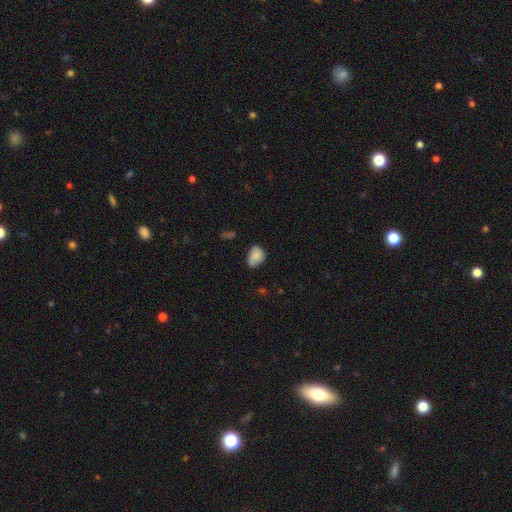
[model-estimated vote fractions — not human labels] Smooth or featured?
  - smooth: 75% *
  - featured or disk: 16%
  - star or artifact: 8%
How rounded?
  - in between: 75% *
  - round: 24%
  - cigar-shaped: 1%
Merging?
  - none: 52% *
  - minor disturbance: 38%
  - major disturbance: 8%
  - merger: 3%